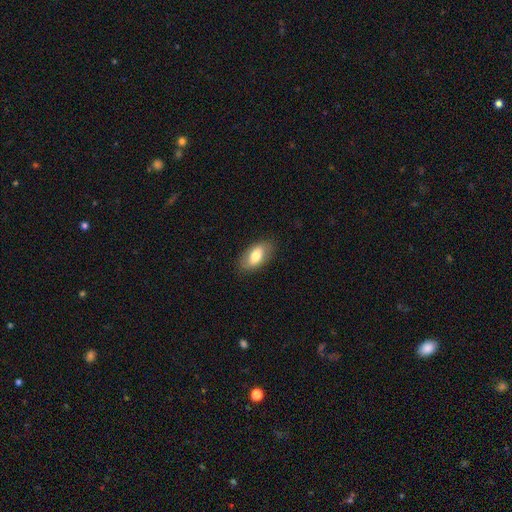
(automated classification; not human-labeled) A smooth galaxy with no disk features (73%) that is in between round and cigar-shaped (92%).

Vote fractions:
- Smooth or featured? smooth: 73% / featured or disk: 20% / star or artifact: 6%
- How rounded? in between: 92% / cigar-shaped: 4% / round: 4%
- Merging? none: 84% / minor disturbance: 12% / major disturbance: 3% / merger: 1%